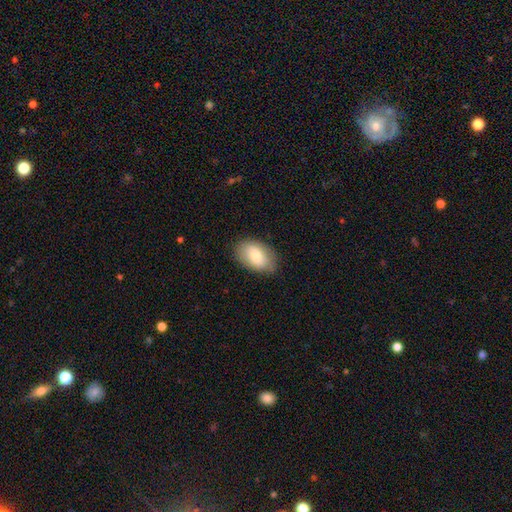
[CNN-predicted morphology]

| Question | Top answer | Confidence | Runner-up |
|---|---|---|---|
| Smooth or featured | smooth | 75% | featured or disk (19%) |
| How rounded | in between | 91% | round (7%) |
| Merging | none | 81% | minor disturbance (15%) |